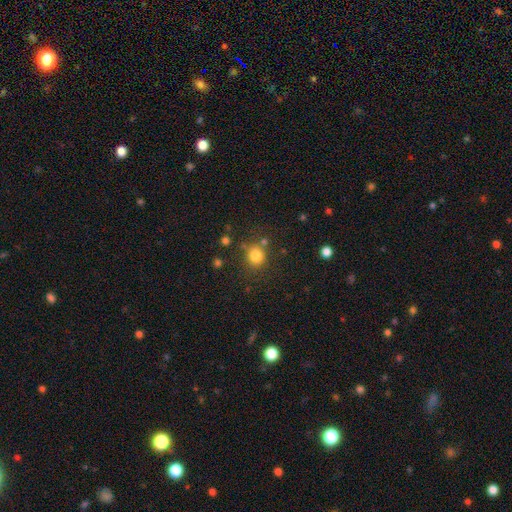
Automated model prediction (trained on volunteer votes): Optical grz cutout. It shows a smooth galaxy with no disk features (80%) that is round (84%). Merging: none (76%).